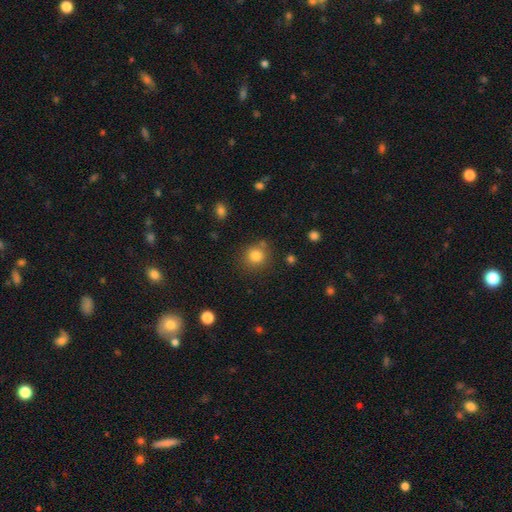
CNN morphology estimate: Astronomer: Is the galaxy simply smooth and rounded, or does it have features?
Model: smooth — 82%.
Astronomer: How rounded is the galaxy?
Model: round — 89%.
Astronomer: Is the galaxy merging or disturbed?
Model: none — 79%.